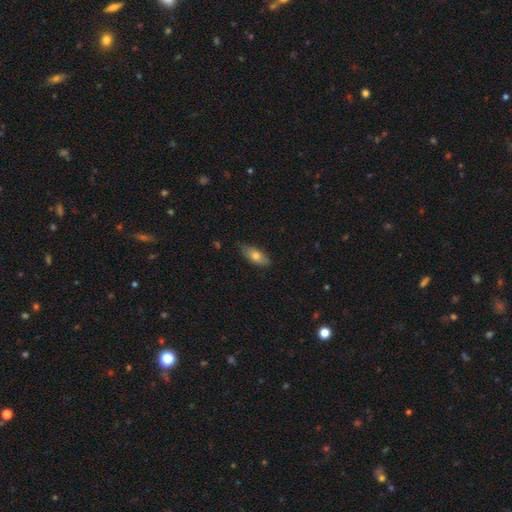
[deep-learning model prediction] smooth-or-featured: smooth: 72% | featured or disk: 22% | star or artifact: 7%
  how-rounded: in between: 81% | cigar-shaped: 16% | round: 3%
  merging: none: 76% | minor disturbance: 20% | major disturbance: 3% | merger: 1%